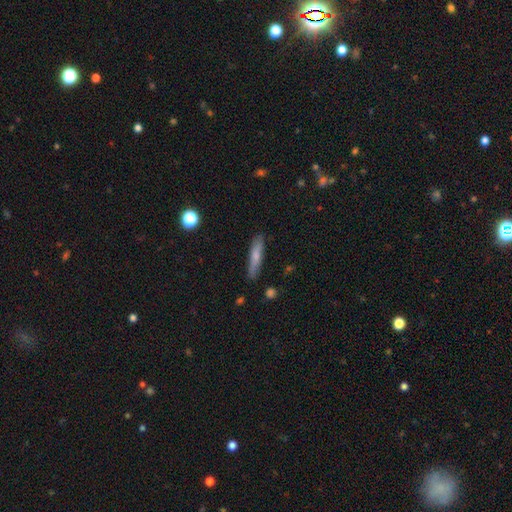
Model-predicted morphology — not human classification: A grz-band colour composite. It shows a smooth galaxy with no disk features (66%) that is cigar-shaped (87%). Merging: none (85%).